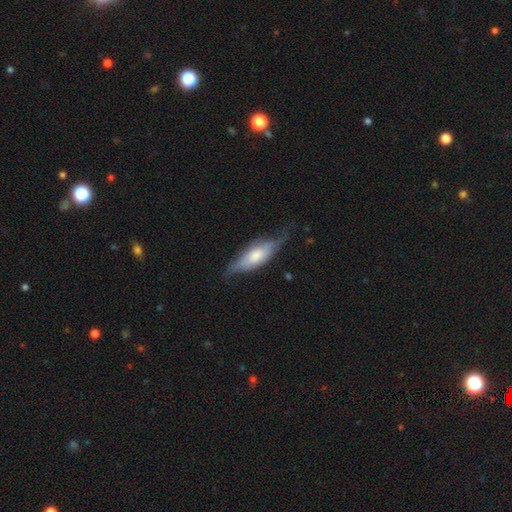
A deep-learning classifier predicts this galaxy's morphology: Overall: smooth (48%; featured or disk 47%). Merging: none (56%; minor disturbance 31%).